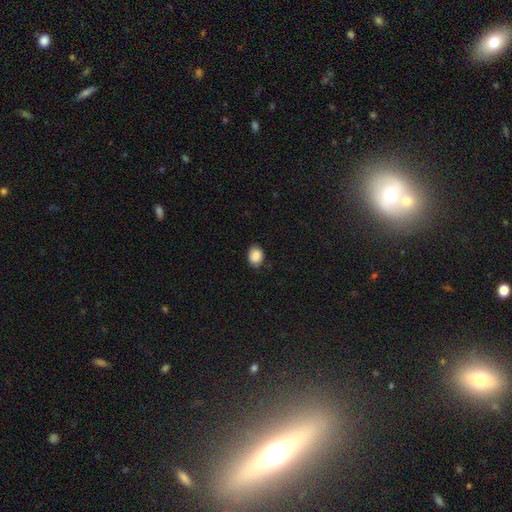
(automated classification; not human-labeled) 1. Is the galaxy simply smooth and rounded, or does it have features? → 88% smooth, 8% star or artifact, 4% featured or disk.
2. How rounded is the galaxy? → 58% in between, 42% round, 1% cigar-shaped.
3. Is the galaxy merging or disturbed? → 80% none, 16% minor disturbance, 3% major disturbance, 1% merger.